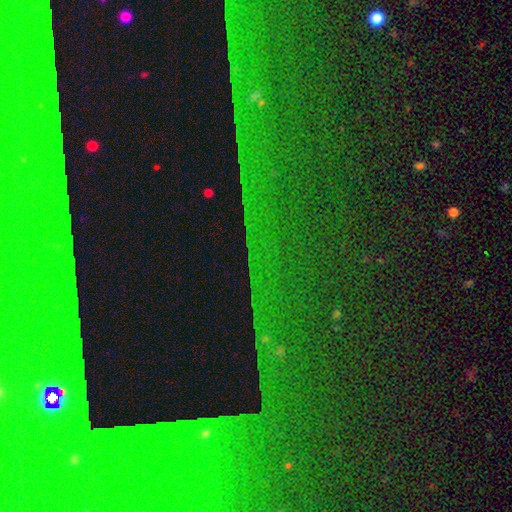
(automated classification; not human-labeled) Q: Smooth or featured?
A: star or artifact (84%); runner-up: featured or disk (9%)